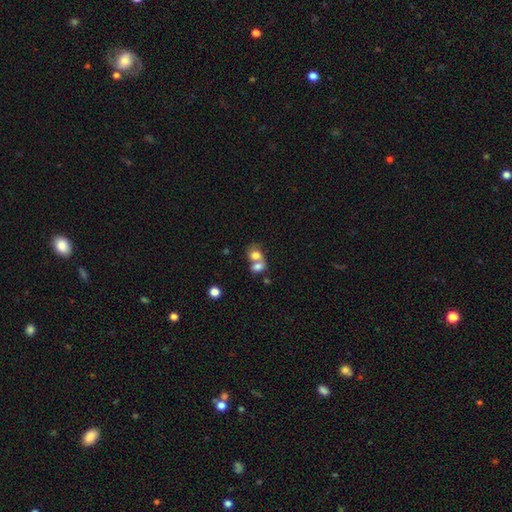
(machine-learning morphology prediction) A smooth galaxy with no disk features (73%) that is round (51%). Merging: merger (71%).